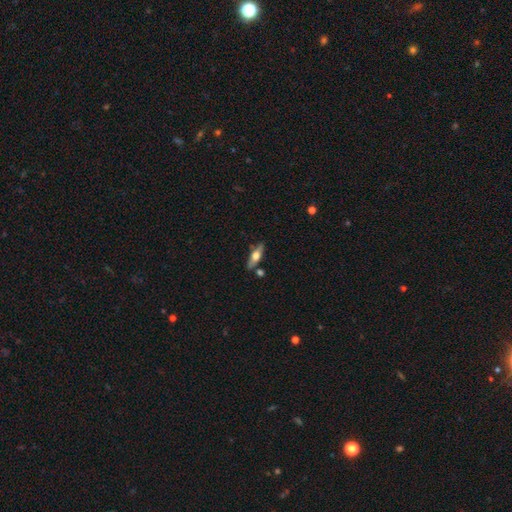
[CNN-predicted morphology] smooth-or-featured: featured or disk: 51% | smooth: 43% | star or artifact: 6%
  disk-edge-on: yes: 86% | no: 14%
  merging: none: 79% | minor disturbance: 13% | merger: 6% | major disturbance: 3%